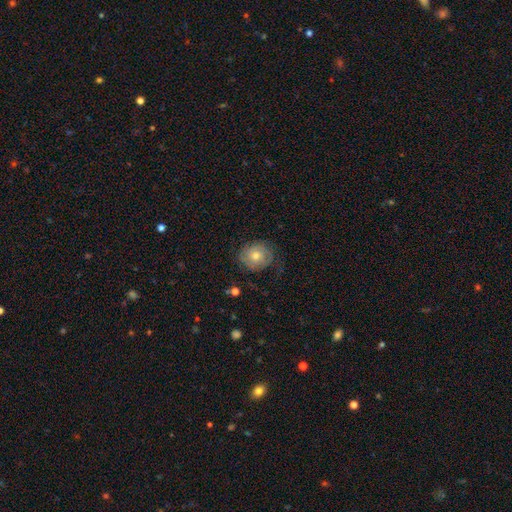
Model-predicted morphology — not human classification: smooth_or_featured: featured or disk (p=0.55) [alt: smooth p=0.36]
disk_edge_on: no (p=0.97) [alt: yes p=0.03]
bar: no (p=0.82) [alt: weak p=0.15]
has_spiral_arms: yes (p=0.79) [alt: no p=0.21]
bulge_size: moderate (p=0.63) [alt: small p=0.31]
merging: none (p=0.68) [alt: minor disturbance p=0.20]